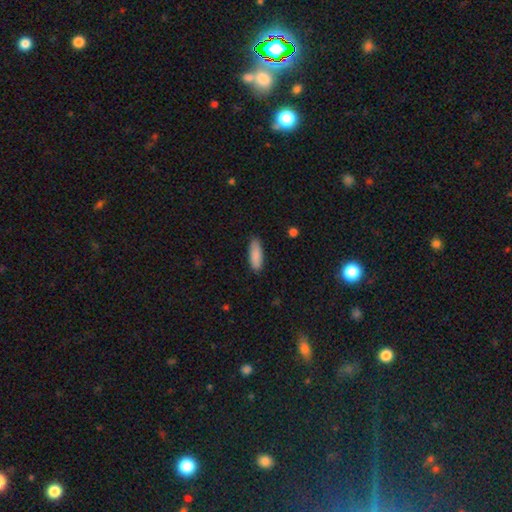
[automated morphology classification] Smooth or featured? smooth (88%)
How rounded? in between (62%)
Merging? none (86%)